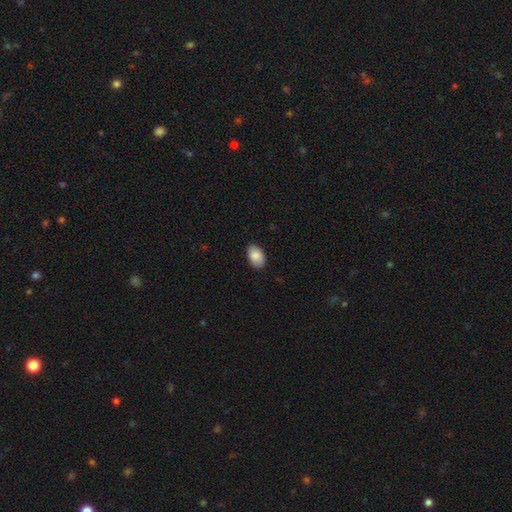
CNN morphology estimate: smooth-or-featured: smooth: 88% | star or artifact: 6% | featured or disk: 6%
  how-rounded: in between: 91% | round: 7% | cigar-shaped: 1%
  merging: none: 88% | minor disturbance: 9% | major disturbance: 2% | merger: 1%